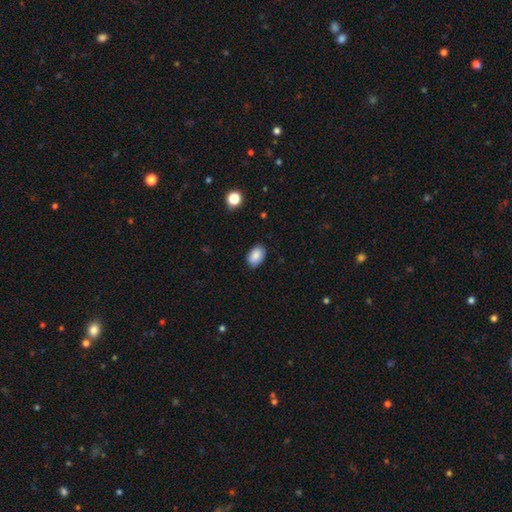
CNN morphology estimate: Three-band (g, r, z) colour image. It shows a smooth galaxy with no disk features (88%) that is in between round and cigar-shaped (88%). Merging: none (85%).